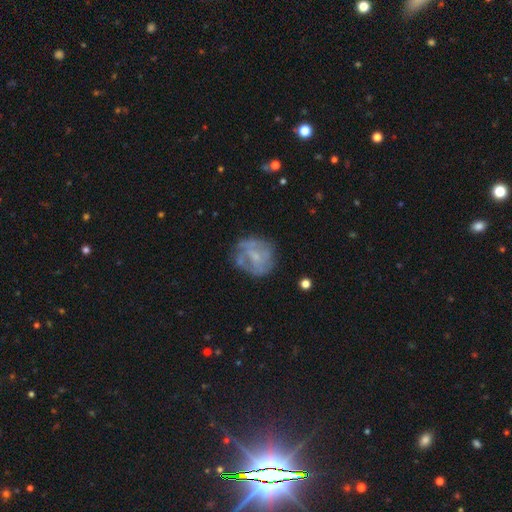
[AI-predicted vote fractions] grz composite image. It shows a featured or disk galaxy (64%) with no bar (61%), spiral arms (58%) and a small central bulge (54%). Merging: none (65%).